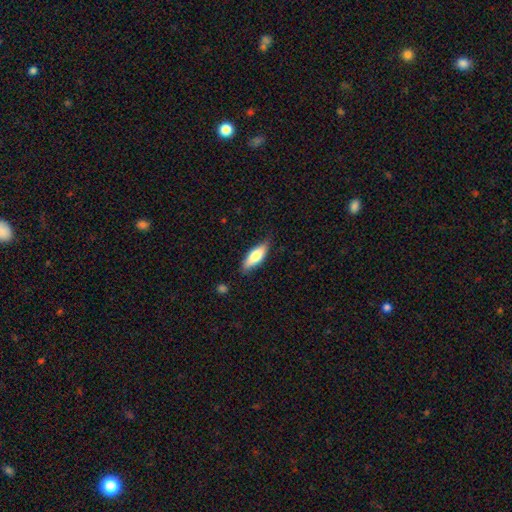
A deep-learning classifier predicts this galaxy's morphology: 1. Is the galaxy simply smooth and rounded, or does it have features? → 74% smooth, 21% featured or disk, 6% star or artifact.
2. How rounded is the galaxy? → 63% in between, 35% cigar-shaped, 2% round.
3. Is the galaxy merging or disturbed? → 81% none, 15% minor disturbance, 3% major disturbance, 1% merger.